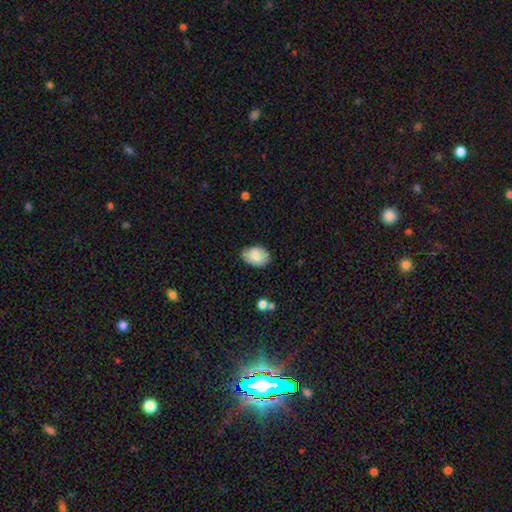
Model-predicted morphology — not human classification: Q: Smooth or featured?
A: smooth (79%); runner-up: featured or disk (14%)
Q: How rounded?
A: in between (85%); runner-up: round (14%)
Q: Merging?
A: none (73%); runner-up: minor disturbance (22%)